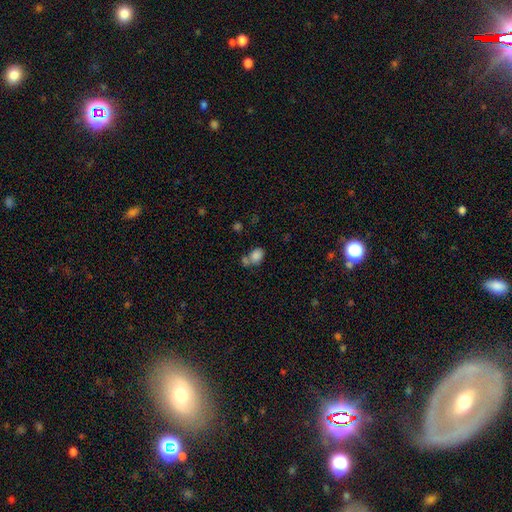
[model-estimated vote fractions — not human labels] Smooth or featured: smooth — 83% (star or artifact — 10%)
How rounded: in between — 70% (round — 29%)
Merging: none — 44% (merger — 36%)